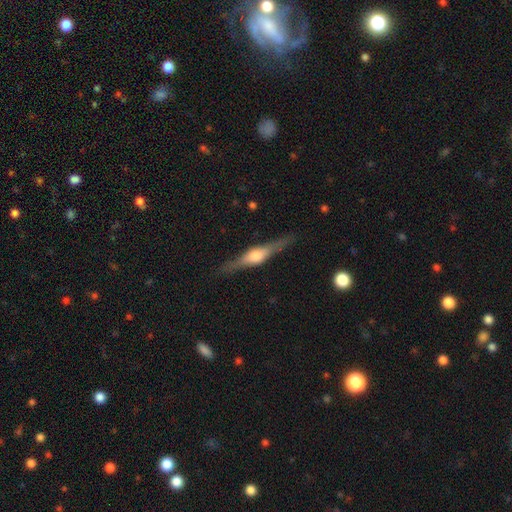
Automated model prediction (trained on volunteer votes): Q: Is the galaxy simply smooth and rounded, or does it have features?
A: featured or disk — 75%.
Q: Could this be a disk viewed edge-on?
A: yes — 97%.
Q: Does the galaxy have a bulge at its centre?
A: rounded — 87%.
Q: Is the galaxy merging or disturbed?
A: none — 87%.